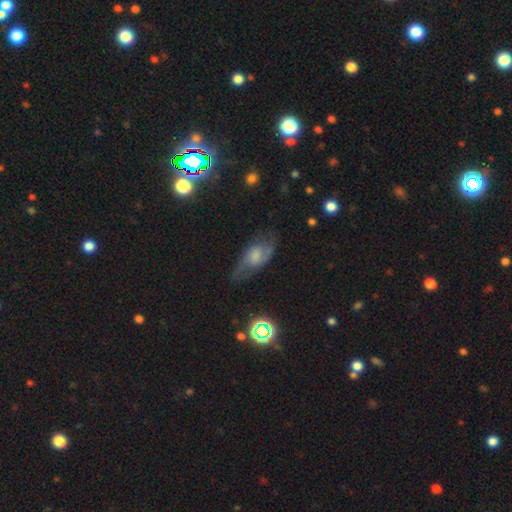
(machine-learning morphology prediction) A featured or disk galaxy (58%) with no bar (60%), spiral arms (83%) and a moderate central bulge (38%). Merging: none (58%).